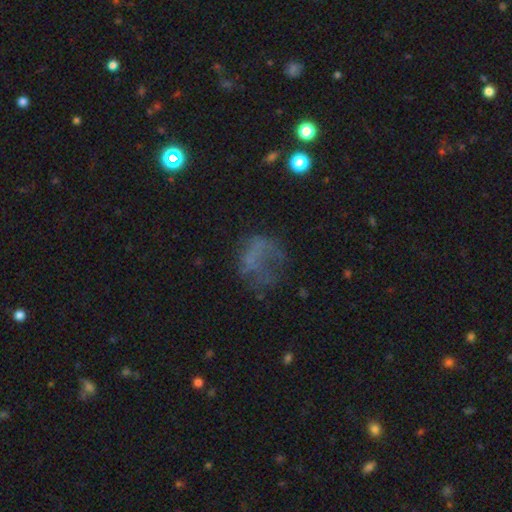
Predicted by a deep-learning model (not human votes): Smooth or featured: smooth — 38% (featured or disk — 35%)
Merging: none — 39% (major disturbance — 37%)